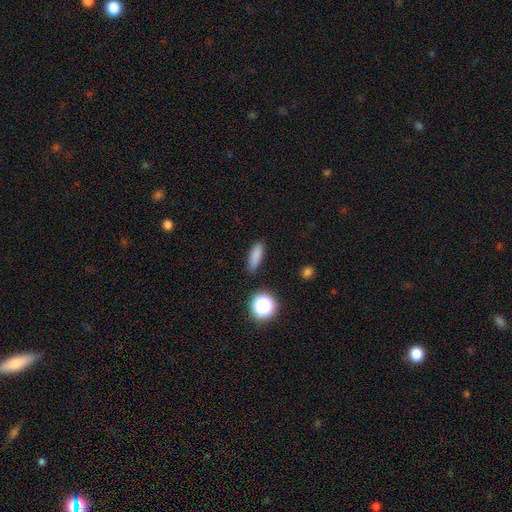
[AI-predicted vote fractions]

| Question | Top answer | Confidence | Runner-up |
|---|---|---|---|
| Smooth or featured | smooth | 82% | star or artifact (12%) |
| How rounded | in between | 50% | cigar-shaped (43%) |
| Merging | none | 83% | minor disturbance (12%) |